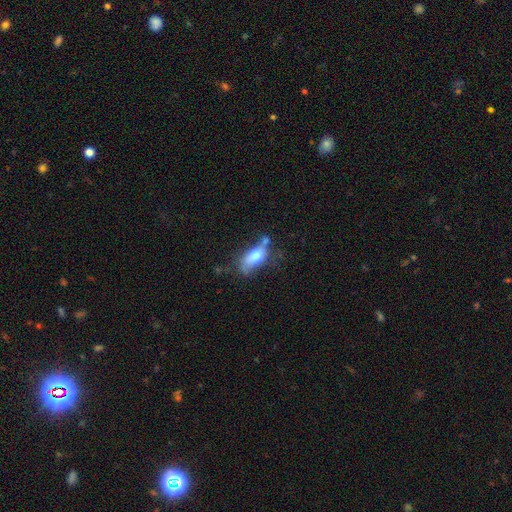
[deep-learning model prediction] Overall: smooth (66%). How rounded: in between (79%). Merging: none (35%; minor disturbance 26%).